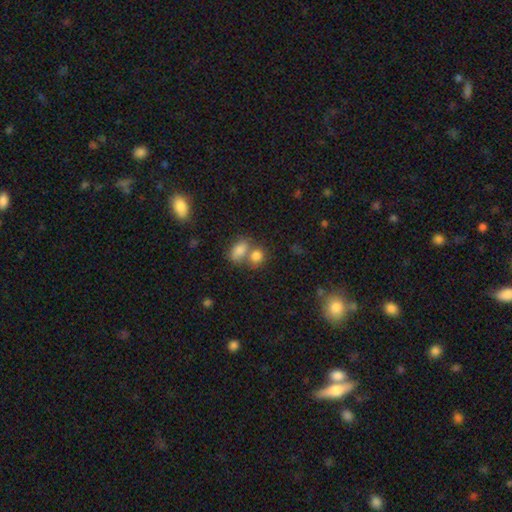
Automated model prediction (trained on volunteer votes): This appears to be a smooth galaxy with no disk features (81%) that is round (51%). Merging: merger (50%).